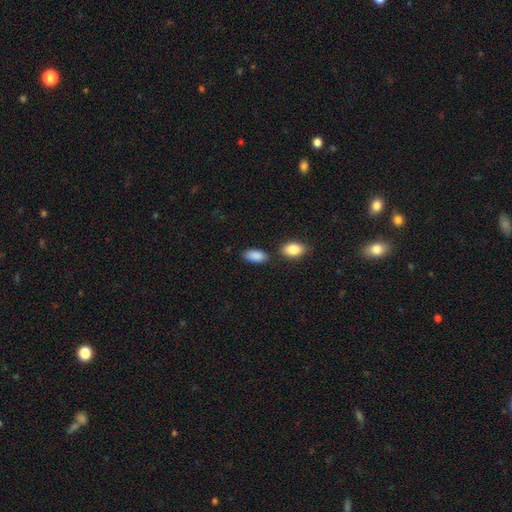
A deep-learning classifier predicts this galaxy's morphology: smooth_or_featured: smooth (p=0.90) [alt: star or artifact p=0.06]
how_rounded: in between (p=0.92) [alt: cigar-shaped p=0.05]
merging: none (p=0.74) [alt: minor disturbance p=0.12]